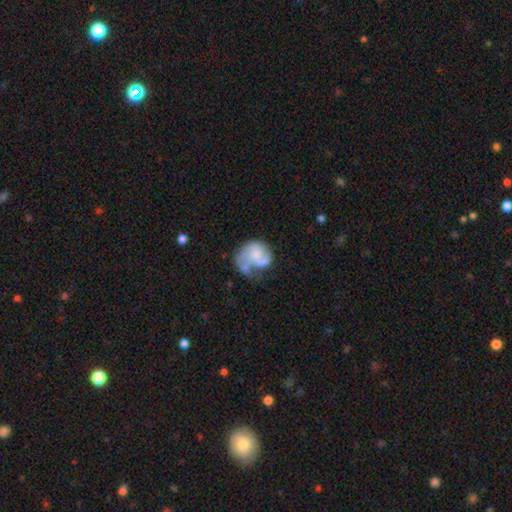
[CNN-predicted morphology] This appears to be a featured or disk galaxy (56%) with no bar (76%), spiral arms (68%) and no central bulge (33%). Merging: major disturbance (33%).